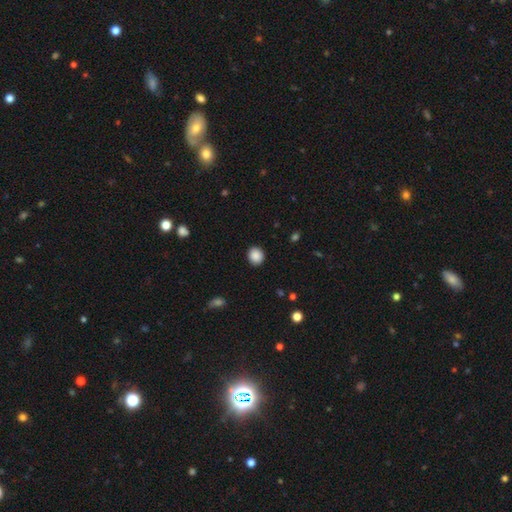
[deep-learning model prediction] Smooth or featured?
  - smooth: 88% *
  - star or artifact: 9%
  - featured or disk: 3%
How rounded?
  - round: 78% *
  - in between: 21%
  - cigar-shaped: 1%
Merging?
  - none: 91% *
  - minor disturbance: 6%
  - major disturbance: 2%
  - merger: 1%